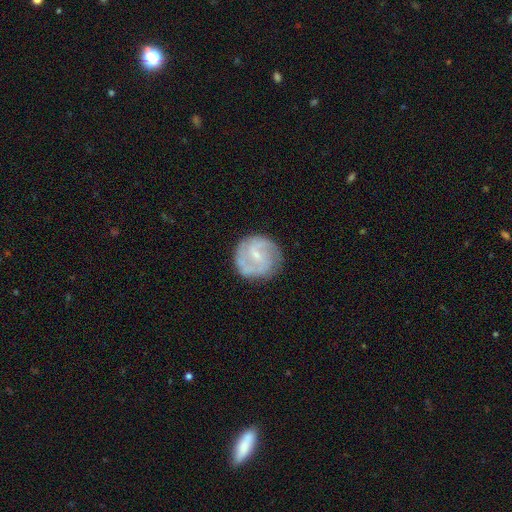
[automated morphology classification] smooth_or_featured: featured or disk (p=0.77) [alt: smooth p=0.17]
disk_edge_on: no (p=0.98) [alt: yes p=0.02]
bar: weak (p=0.56) [alt: no p=0.29]
has_spiral_arms: yes (p=0.92) [alt: no p=0.08]
spiral_winding: medium (p=0.46) [alt: tight p=0.34]
spiral_arm_count: 2 (p=0.60) [alt: can't tell p=0.18]
bulge_size: small (p=0.73) [alt: moderate p=0.19]
merging: none (p=0.79) [alt: minor disturbance p=0.14]